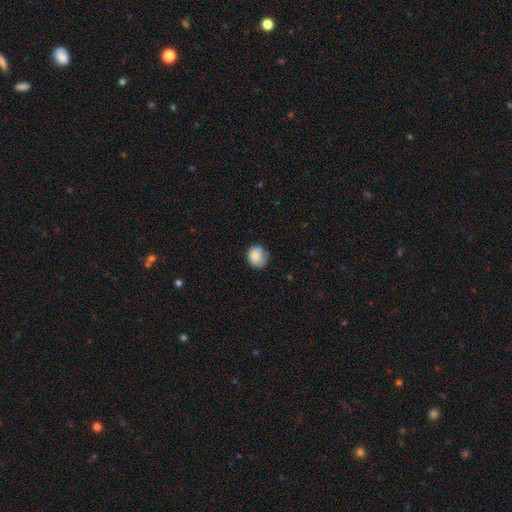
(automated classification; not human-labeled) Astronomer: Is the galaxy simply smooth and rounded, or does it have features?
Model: smooth — 84%.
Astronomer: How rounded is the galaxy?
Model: round — 67%.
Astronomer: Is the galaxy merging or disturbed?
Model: none — 67%.